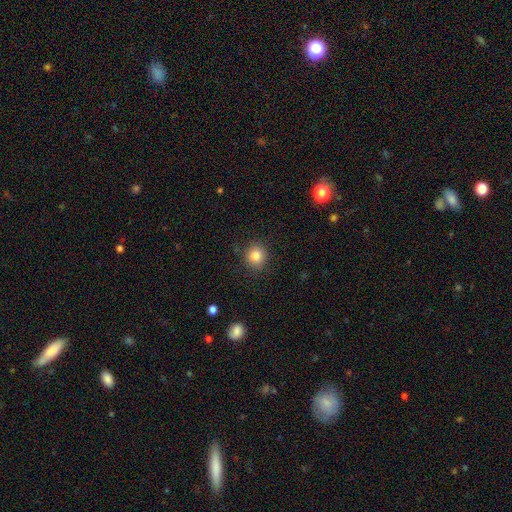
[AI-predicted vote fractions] A smooth galaxy with no disk features (84%) that is round (88%). Merging: none (87%).